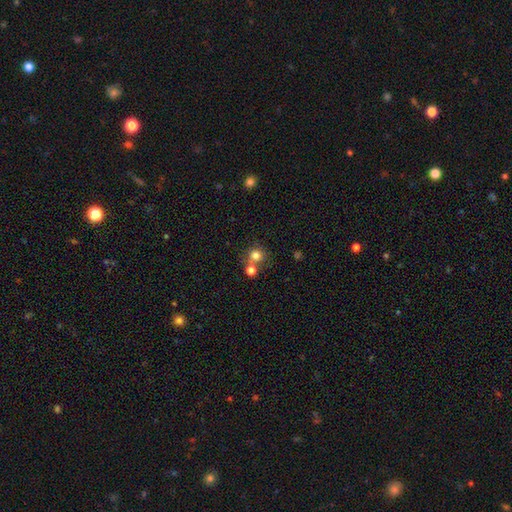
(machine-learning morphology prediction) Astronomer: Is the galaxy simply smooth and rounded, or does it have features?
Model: smooth — 77%.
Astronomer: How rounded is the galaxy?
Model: round — 89%.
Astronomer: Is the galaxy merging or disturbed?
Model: none — 61%.